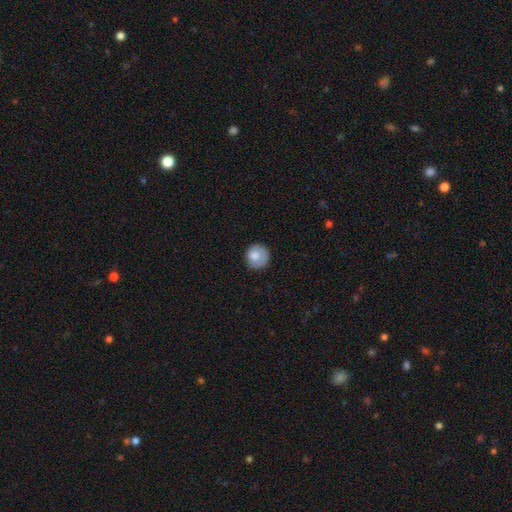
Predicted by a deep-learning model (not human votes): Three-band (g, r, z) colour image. It shows a smooth galaxy with no disk features (81%) that is round (91%). Merging: none (75%).